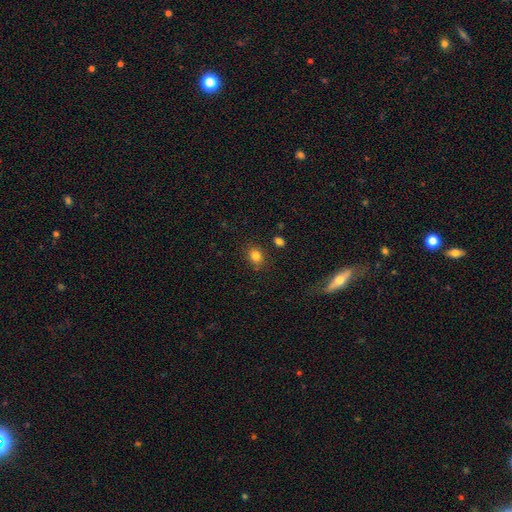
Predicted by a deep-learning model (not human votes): This appears to be a smooth galaxy with no disk features (82%) that is round (62%). Merging: none (83%).